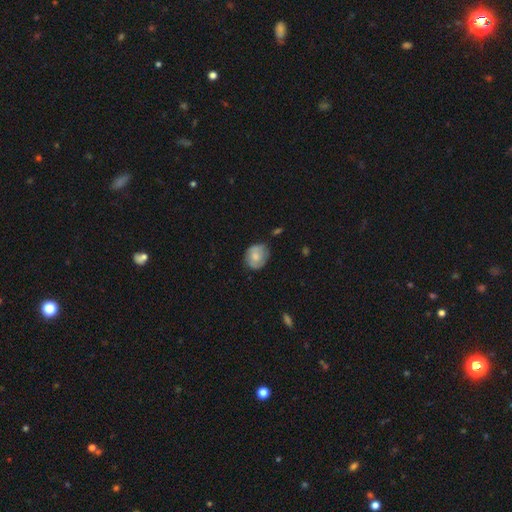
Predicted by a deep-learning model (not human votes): A smooth galaxy with no disk features (68%) that is round (57%). Merging: none (66%).